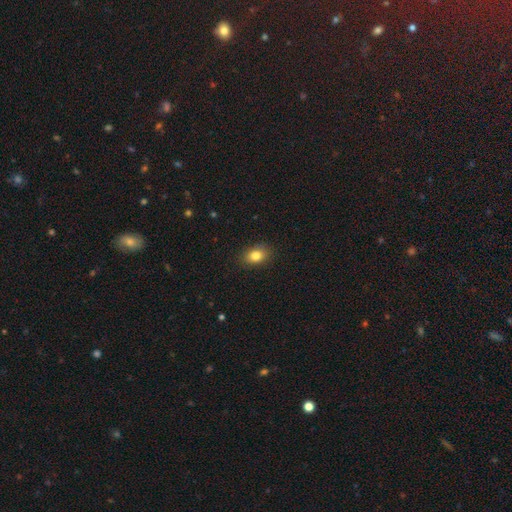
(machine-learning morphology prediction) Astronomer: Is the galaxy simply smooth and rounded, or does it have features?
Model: smooth — 83%.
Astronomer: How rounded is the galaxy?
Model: in between — 76%.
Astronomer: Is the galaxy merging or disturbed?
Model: none — 87%.